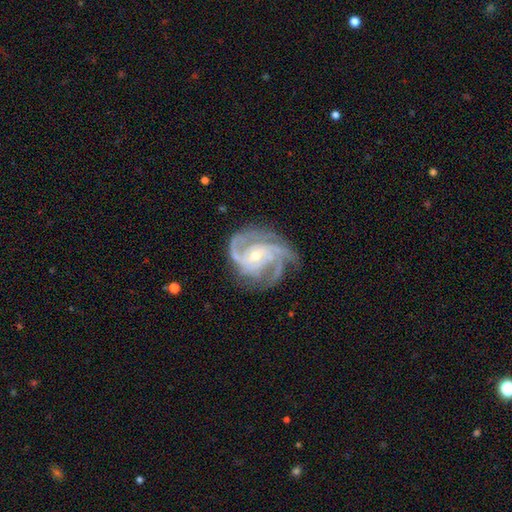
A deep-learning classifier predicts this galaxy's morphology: type=featured or disk (92%); edge-on=no (98%); bar=no (57%); spiral arms=yes (99%); winding=tight (49%); arm count=3 (52%); bulge=small (57%); merging=none (69%).